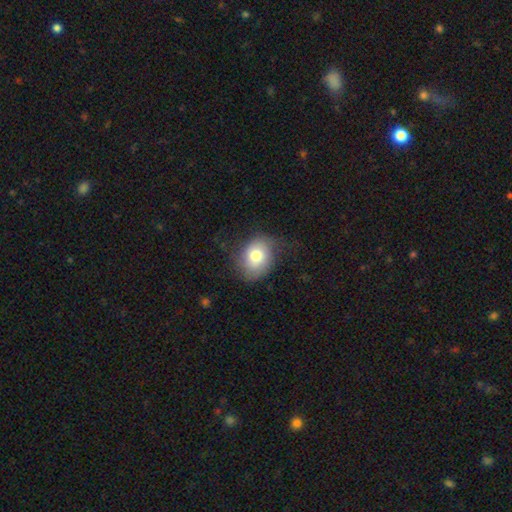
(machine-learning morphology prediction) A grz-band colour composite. It shows a smooth galaxy with no disk features (75%) that is round (52%). Merging: none (63%).